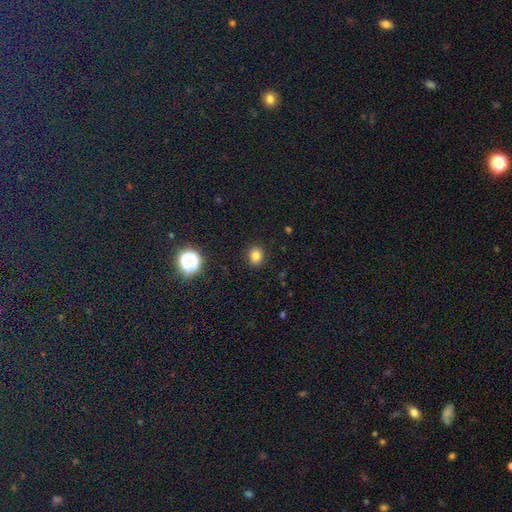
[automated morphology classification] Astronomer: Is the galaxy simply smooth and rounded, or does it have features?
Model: smooth — 79%.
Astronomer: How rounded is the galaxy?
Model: round — 77%.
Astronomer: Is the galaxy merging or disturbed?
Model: none — 90%.